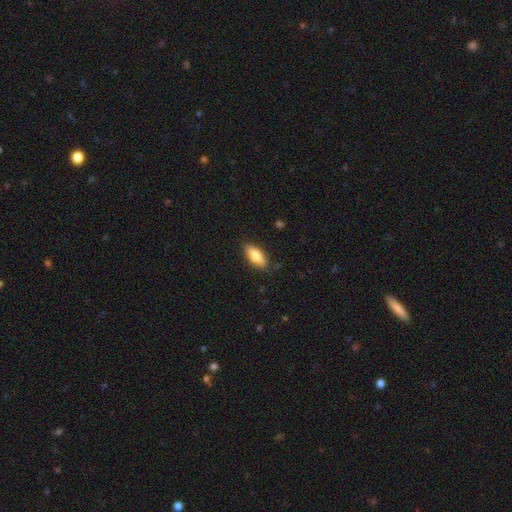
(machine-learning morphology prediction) A smooth galaxy with no disk features (81%) that is in between round and cigar-shaped (75%).

Vote fractions:
- Smooth or featured? smooth: 81% / featured or disk: 13% / star or artifact: 6%
- How rounded? in between: 75% / cigar-shaped: 23% / round: 2%
- Merging? none: 85% / minor disturbance: 11% / major disturbance: 2% / merger: 1%